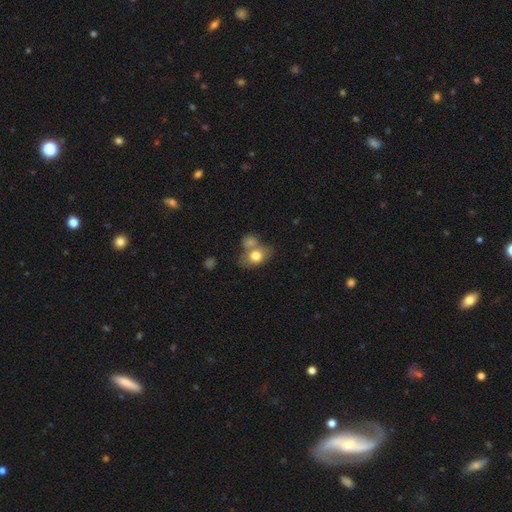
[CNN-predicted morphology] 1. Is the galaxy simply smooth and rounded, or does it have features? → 76% smooth, 16% featured or disk, 8% star or artifact.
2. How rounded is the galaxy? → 65% in between, 33% round, 2% cigar-shaped.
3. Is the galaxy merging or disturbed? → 41% merger, 38% none, 14% minor disturbance, 7% major disturbance.